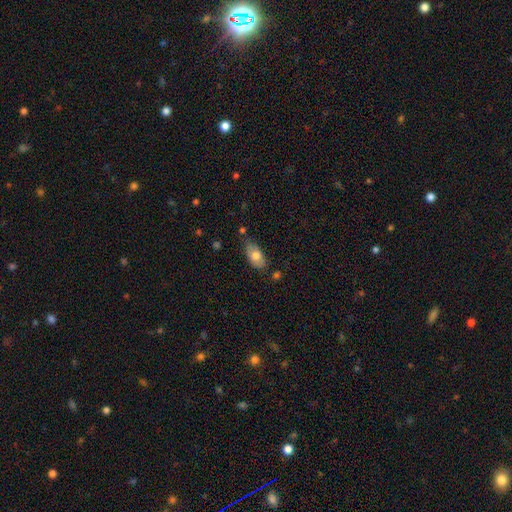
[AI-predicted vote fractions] Smooth or featured? Predicted: smooth (p=0.73). How rounded? Predicted: in between (p=0.92). Merging? Predicted: none (p=0.64).